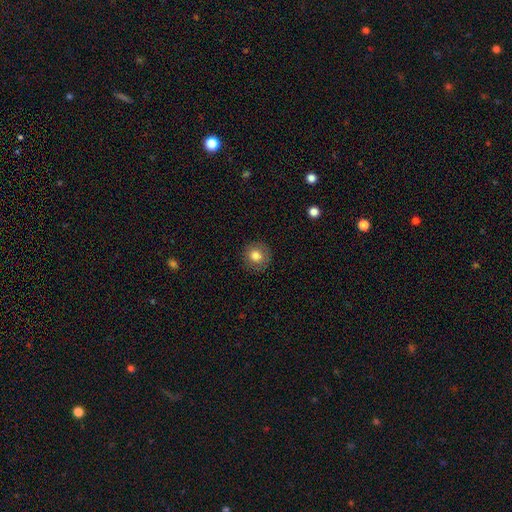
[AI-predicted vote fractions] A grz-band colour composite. It shows a smooth galaxy with no disk features (79%) that is round (91%). Merging: none (88%).